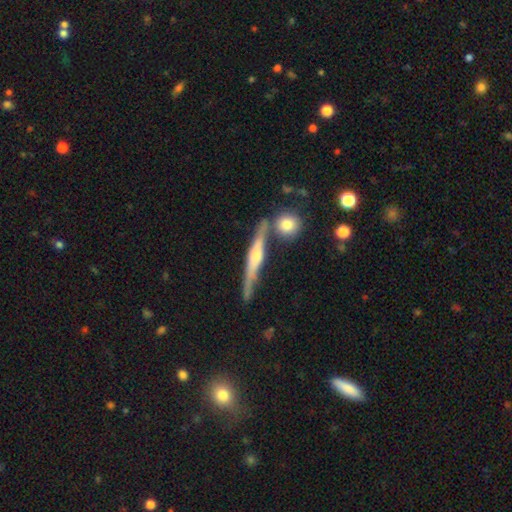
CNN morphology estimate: This appears to be a featured or disk galaxy (78%) viewed edge-on (97%) with a rounded central bulge (78%). Merging: none (78%).